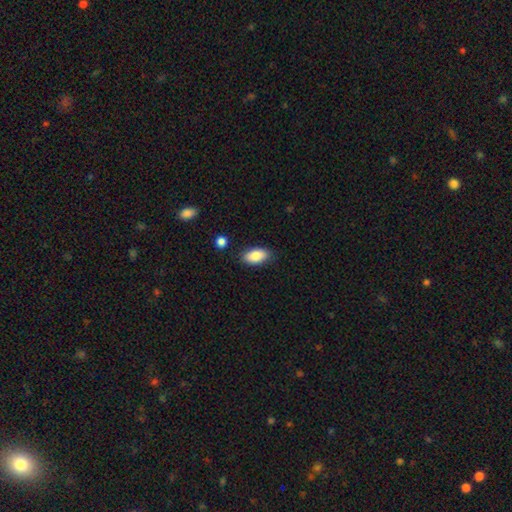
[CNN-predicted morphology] This appears to be a smooth galaxy with no disk features (86%) that is in between round and cigar-shaped (92%). Merging: none (85%).